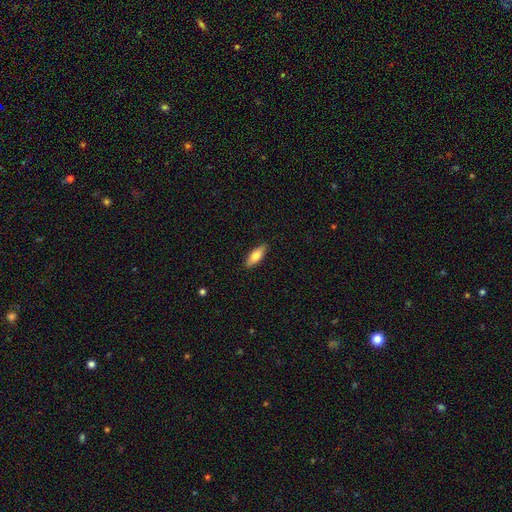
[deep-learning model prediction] This appears to be a smooth galaxy with no disk features (75%) that is in between round and cigar-shaped (67%). Merging: none (89%).